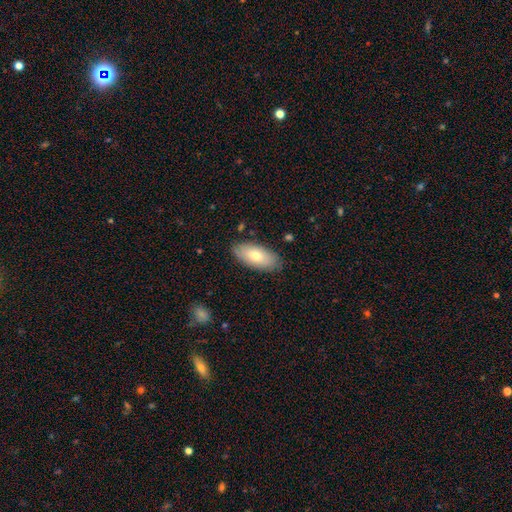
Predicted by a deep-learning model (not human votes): smooth_or_featured: smooth (p=0.71) [alt: featured or disk p=0.23]
how_rounded: in between (p=0.91) [alt: cigar-shaped p=0.07]
merging: none (p=0.84) [alt: minor disturbance p=0.12]